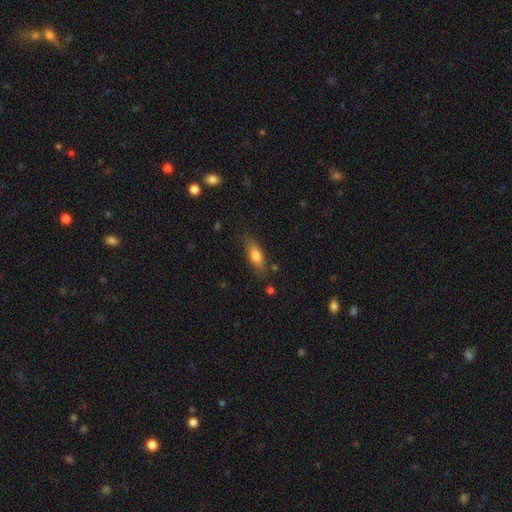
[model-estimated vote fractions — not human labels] This is likely a smooth galaxy (73%). How rounded: likely in between (67%). Merging: likely none (77%).